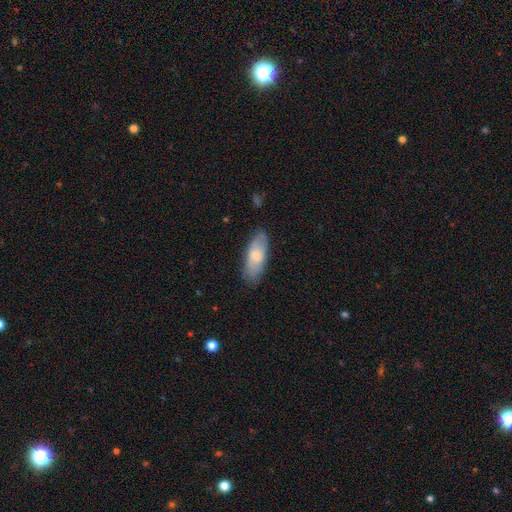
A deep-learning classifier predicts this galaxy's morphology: The model was most divided on "smooth or featured": smooth: 65%, featured or disk: 29%, star or artifact: 6%. More confident: merging — none (75%); how rounded — in between (75%).